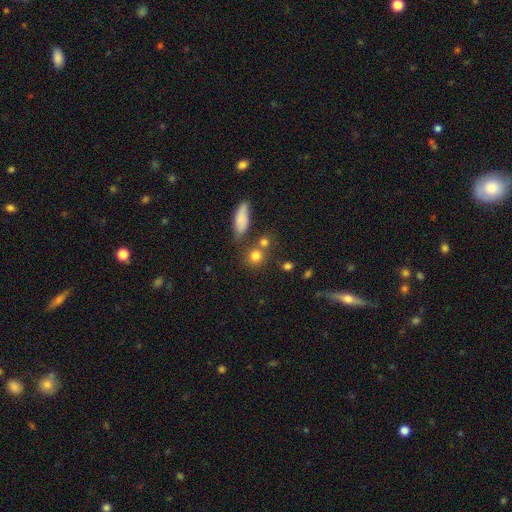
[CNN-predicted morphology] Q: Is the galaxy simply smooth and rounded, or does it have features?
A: smooth — 79%.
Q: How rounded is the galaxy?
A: round — 79%.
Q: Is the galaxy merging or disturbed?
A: none — 65%.